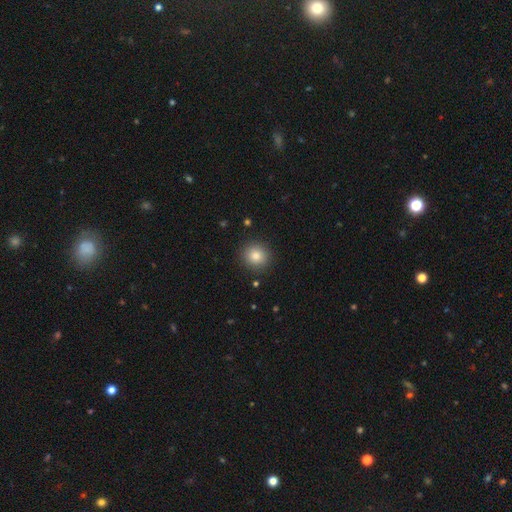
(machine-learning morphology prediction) smooth 82%, star or artifact 11%, featured or disk 7%. Down the decision tree: how rounded — round (91%); merging — none (90%).